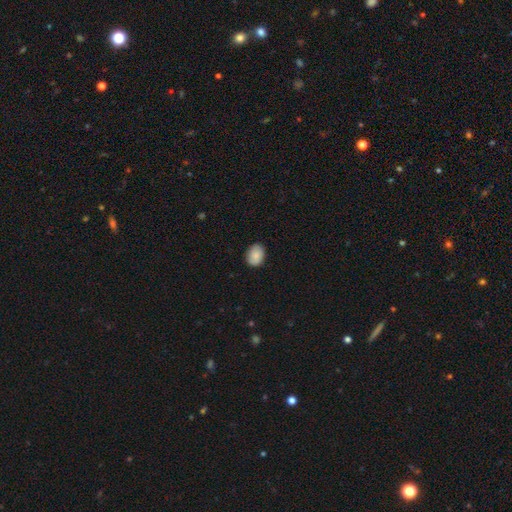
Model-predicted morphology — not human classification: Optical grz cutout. It shows a smooth galaxy with no disk features (84%) that is in between round and cigar-shaped (71%). Merging: none (84%).